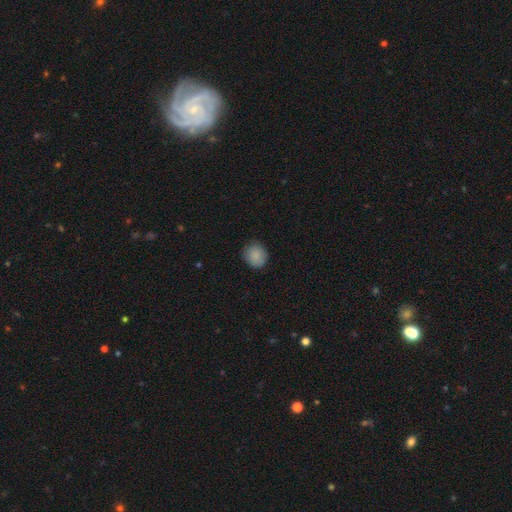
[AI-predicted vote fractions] A smooth galaxy with no disk features (88%) that is round (82%).

Vote fractions:
- Smooth or featured? smooth: 88% / star or artifact: 8% / featured or disk: 4%
- How rounded? round: 82% / in between: 17% / cigar-shaped: 1%
- Merging? none: 85% / minor disturbance: 11% / major disturbance: 3% / merger: 1%